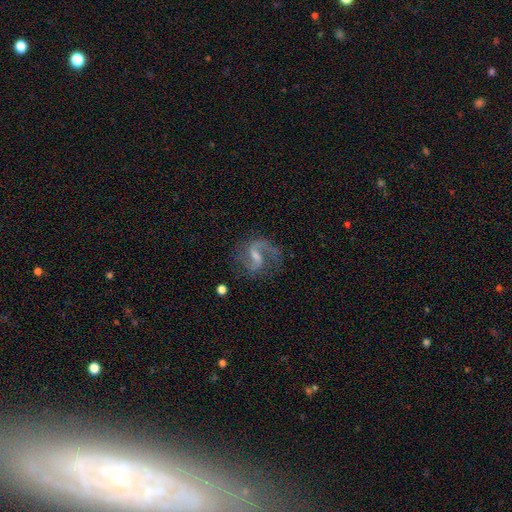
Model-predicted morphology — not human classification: Overall: featured or disk (85%). Edge-on disk: no (97%). Bar: weak (55%; strong 28%). Spiral arms: yes (95%). Spiral arm count: 2 (78%). Spiral winding: loose (47%; medium 44%). Bulge size: small (43%; moderate 31%). Merging: none (67%).